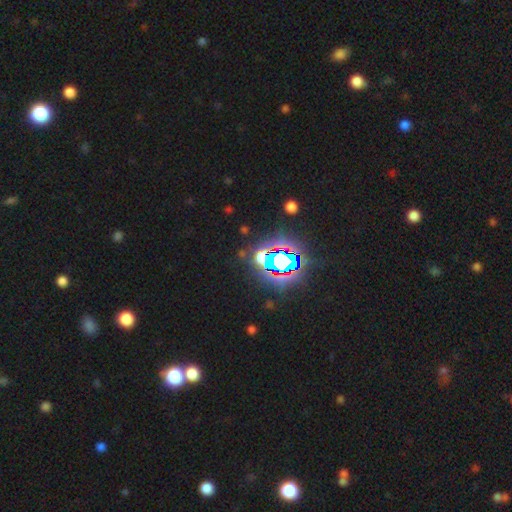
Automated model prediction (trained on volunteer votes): Morphology: type=star or artifact (83%).